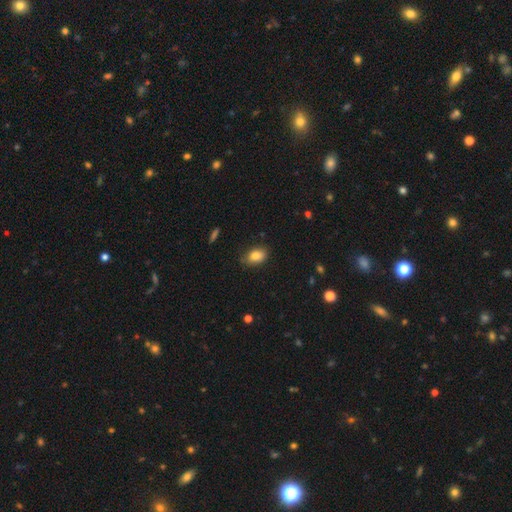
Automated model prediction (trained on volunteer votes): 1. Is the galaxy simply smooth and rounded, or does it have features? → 82% smooth, 9% featured or disk, 8% star or artifact.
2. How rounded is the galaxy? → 86% in between, 12% round, 2% cigar-shaped.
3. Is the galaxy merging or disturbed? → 78% none, 18% minor disturbance, 3% major disturbance, 1% merger.